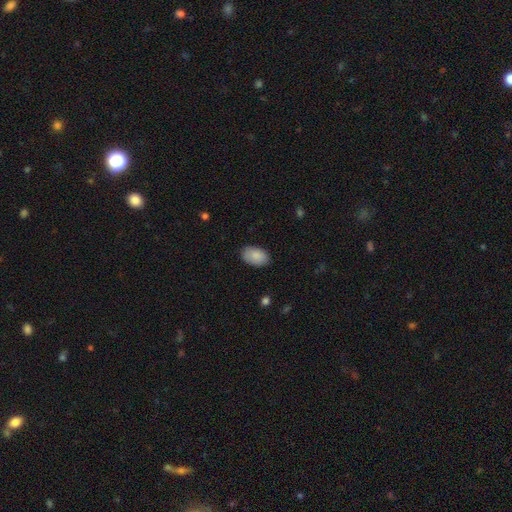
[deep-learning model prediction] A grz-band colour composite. It shows a smooth galaxy with no disk features (88%) that is in between round and cigar-shaped (92%). Merging: none (85%).